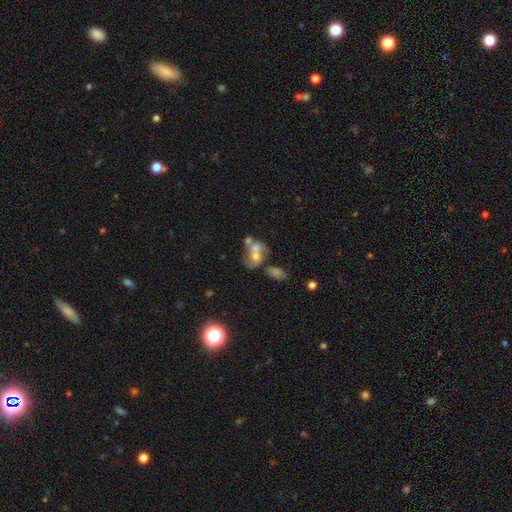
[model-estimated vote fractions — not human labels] The model was most divided on "merging": merger: 44%, none: 33%, minor disturbance: 12%, major disturbance: 11%. Remaining: smooth or featured — featured or disk (44%).